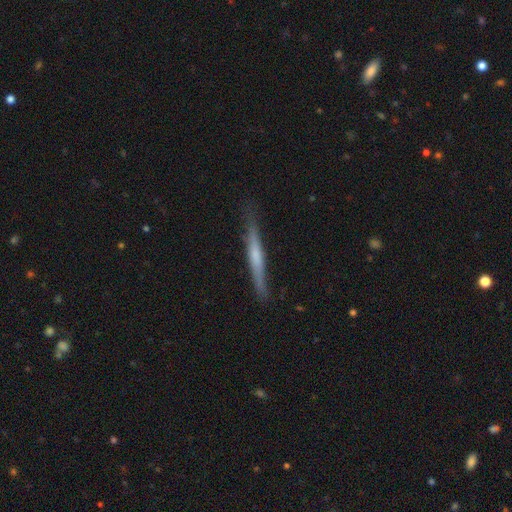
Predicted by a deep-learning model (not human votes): This is possibly a featured or disk galaxy (51%). It is clearly viewed edge-on (96%). Merging: clearly none (83%).